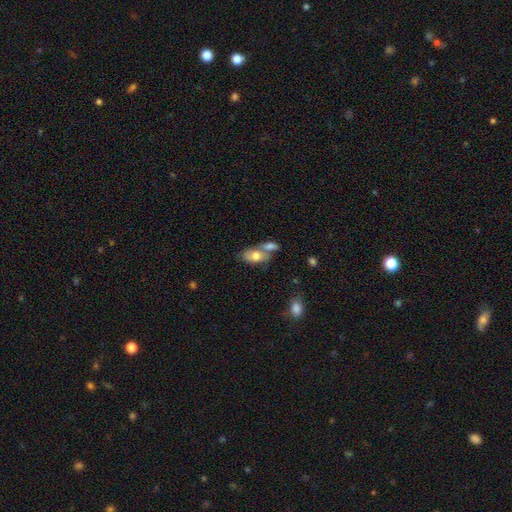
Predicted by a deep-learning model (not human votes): smooth_or_featured: smooth (p=0.67) [alt: featured or disk p=0.25]
how_rounded: in between (p=0.88) [alt: round p=0.09]
merging: merger (p=0.50) [alt: none p=0.31]